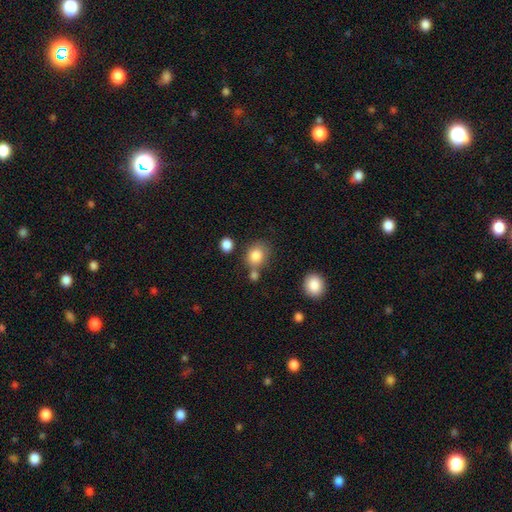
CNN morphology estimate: Smooth or featured?
  - smooth: 83% *
  - star or artifact: 10%
  - featured or disk: 7%
How rounded?
  - round: 64% *
  - in between: 35%
  - cigar-shaped: 1%
Merging?
  - none: 60% *
  - merger: 18%
  - minor disturbance: 16%
  - major disturbance: 6%